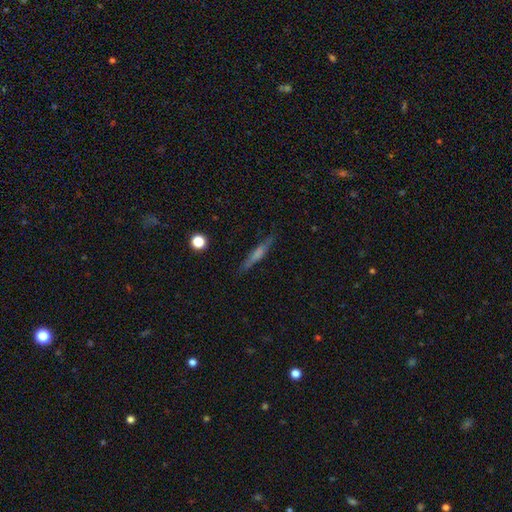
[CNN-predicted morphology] Smooth or featured?
  - featured or disk: 52% *
  - smooth: 38%
  - star or artifact: 10%
Edge-on disk?
  - yes: 93% *
  - no: 7%
Merging?
  - none: 87% *
  - minor disturbance: 9%
  - major disturbance: 2%
  - merger: 1%